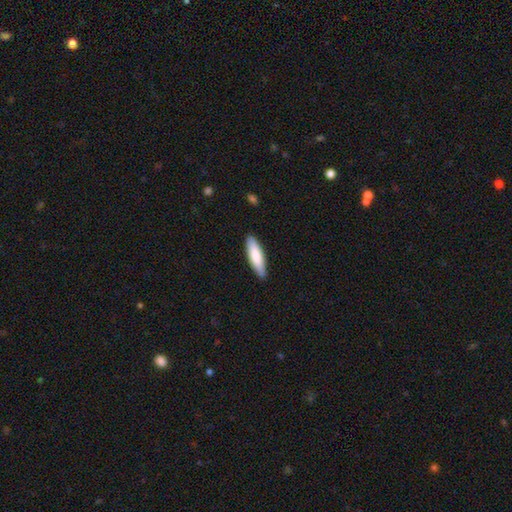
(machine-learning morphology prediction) This appears to be a smooth galaxy with no disk features (80%) that is cigar-shaped (65%). Merging: none (88%).